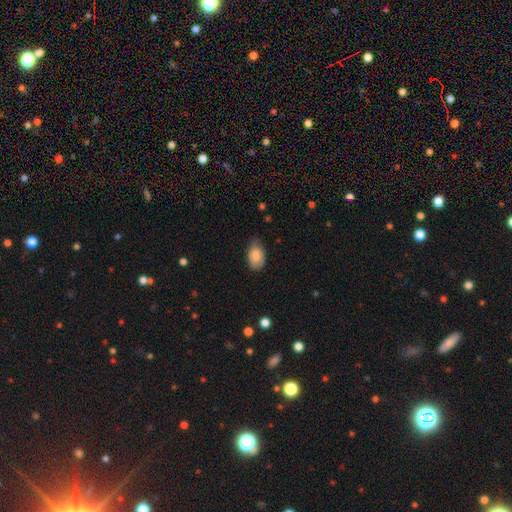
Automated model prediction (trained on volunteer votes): This appears to be a smooth galaxy with no disk features (83%) that is in between round and cigar-shaped (89%). Merging: none (64%).